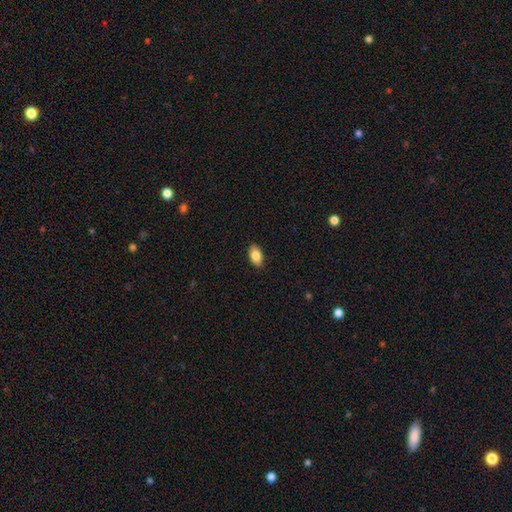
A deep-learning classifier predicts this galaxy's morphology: Smooth or featured: smooth — 85% (featured or disk — 8%)
How rounded: in between — 93% (round — 5%)
Merging: none — 89% (minor disturbance — 8%)